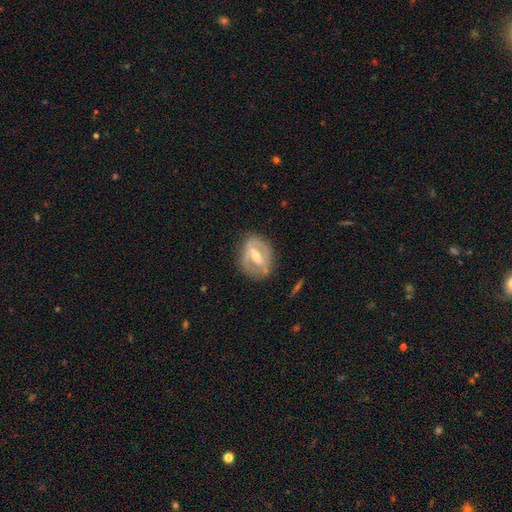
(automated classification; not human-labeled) This appears to be a featured or disk galaxy (77%) with a strong bar (49%), spiral arms (64%) and a moderate central bulge (65%). Merging: none (74%).